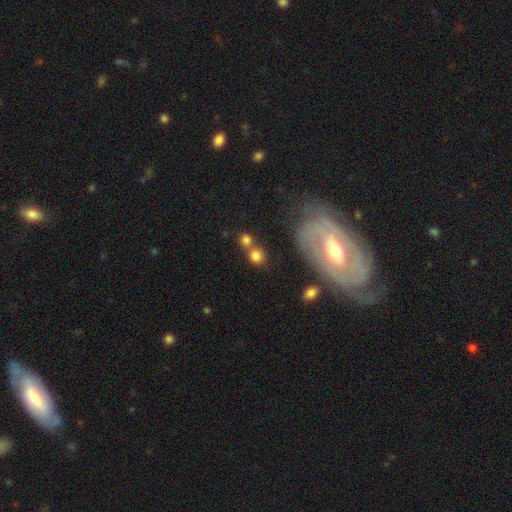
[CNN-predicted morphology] This is likely a smooth galaxy (78%). How rounded: clearly round (85%). Merging: possibly none (52%).